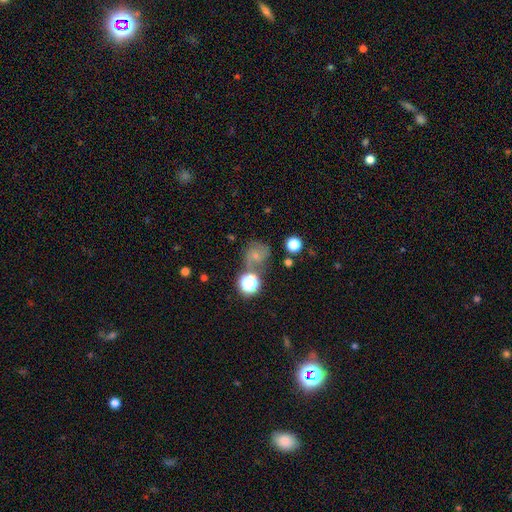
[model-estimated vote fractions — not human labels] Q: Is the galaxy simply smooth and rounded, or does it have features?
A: featured or disk — 40%, tied with smooth.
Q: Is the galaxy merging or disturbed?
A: none — 57%.